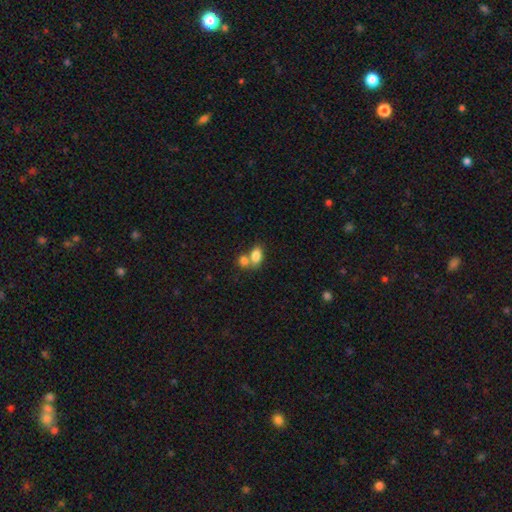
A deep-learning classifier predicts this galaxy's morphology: type=smooth (82%); roundness=in between (83%); merging=merger (52%).